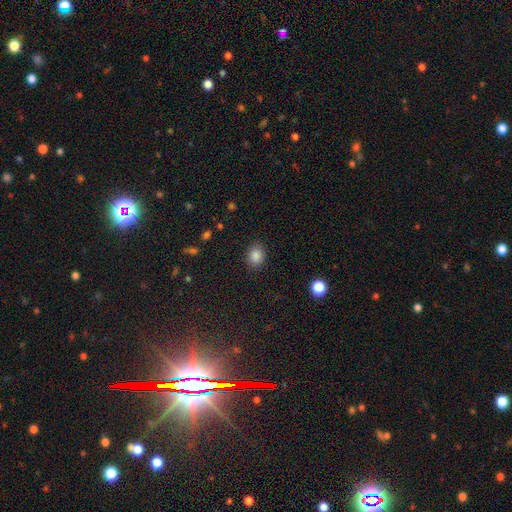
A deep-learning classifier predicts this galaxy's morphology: A smooth galaxy with no disk features (85%) that is round (51%). Merging: none (86%).